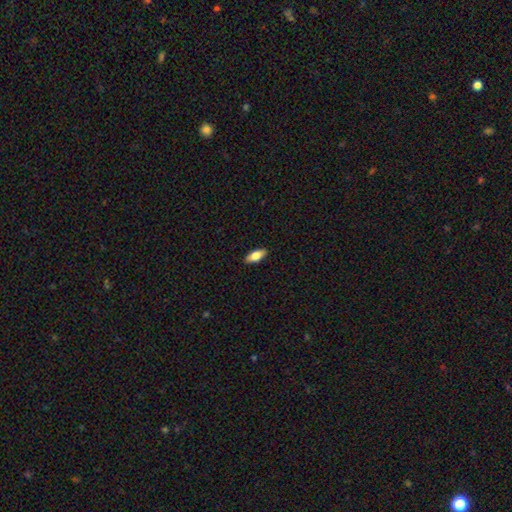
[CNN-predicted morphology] A smooth galaxy with no disk features (74%) that is in between round and cigar-shaped (81%). Merging: none (90%).